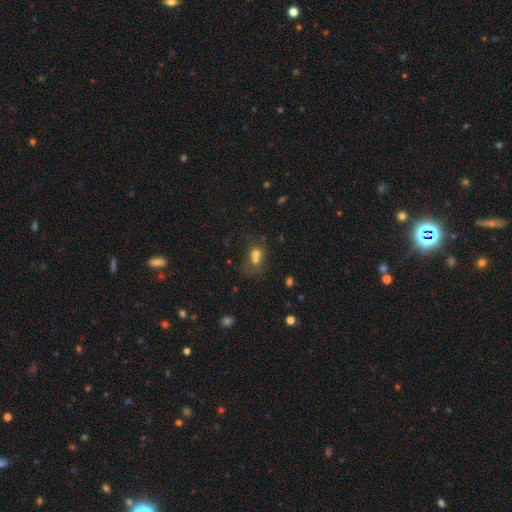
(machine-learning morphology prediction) smooth 61%, featured or disk 20%, star or artifact 19%. Down the decision tree: how rounded — round (69%); merging — merger (64%).